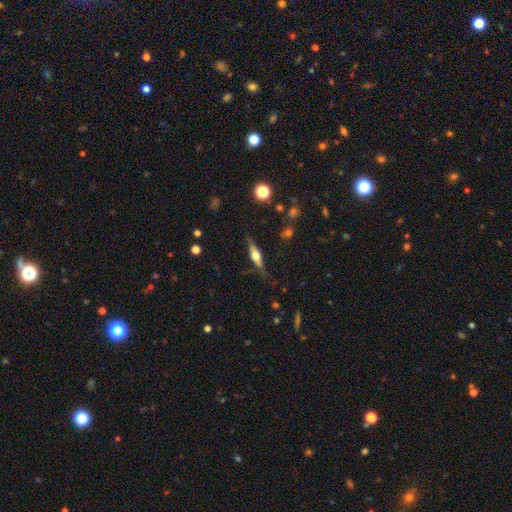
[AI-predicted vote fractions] This is likely a featured or disk galaxy (63%). It is clearly viewed edge-on (94%). Edge-on bulge: clearly rounded (91%). Merging: likely none (78%).